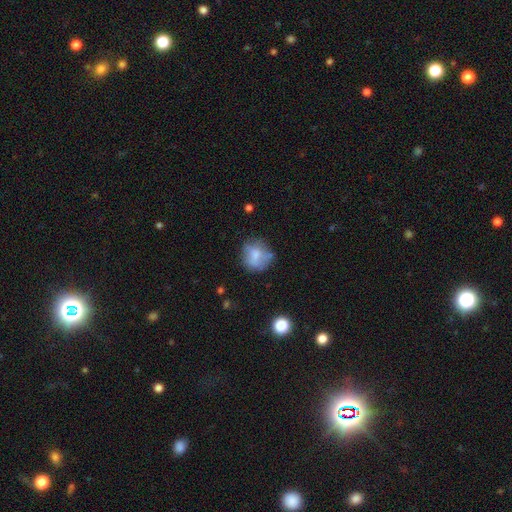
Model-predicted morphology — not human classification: Smooth or featured? Predicted: smooth (p=0.62). How rounded? Predicted: round (p=0.80). Merging? Predicted: none (p=0.58).